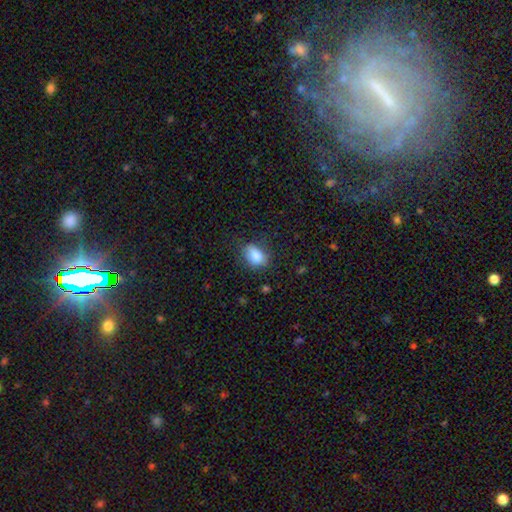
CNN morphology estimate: Smooth or featured? Predicted: smooth (p=0.82). How rounded? Predicted: in between (p=0.76). Merging? Predicted: none (p=0.70).